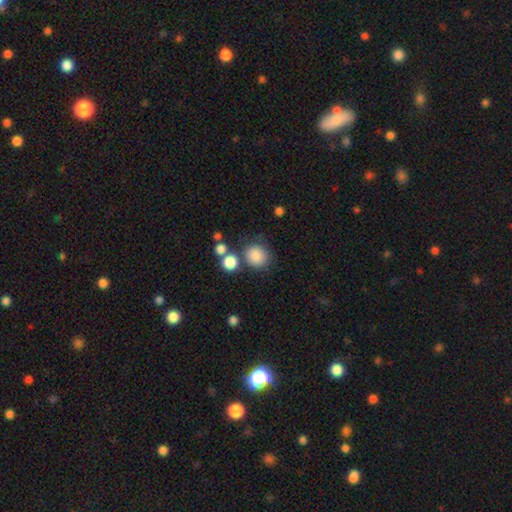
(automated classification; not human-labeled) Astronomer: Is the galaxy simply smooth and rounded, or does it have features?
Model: smooth — 85%.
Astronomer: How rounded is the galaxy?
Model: round — 80%.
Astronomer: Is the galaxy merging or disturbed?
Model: none — 70%.